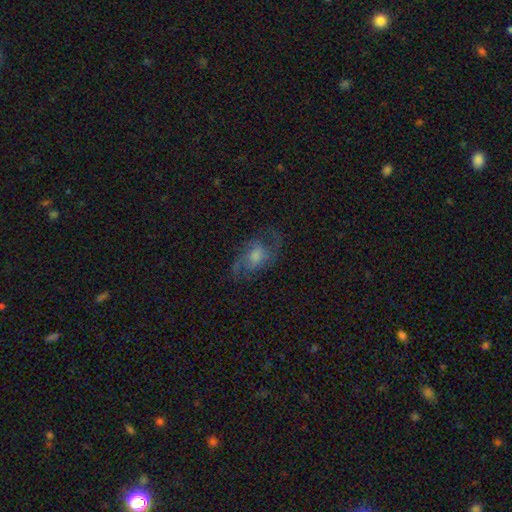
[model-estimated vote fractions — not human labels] Morphology: type=featured or disk (70%); edge-on=no (95%); bar=no (61%); spiral arms=yes (89%); winding=medium (49%); arm count=2 (66%); bulge=moderate (47%); merging=none (66%).